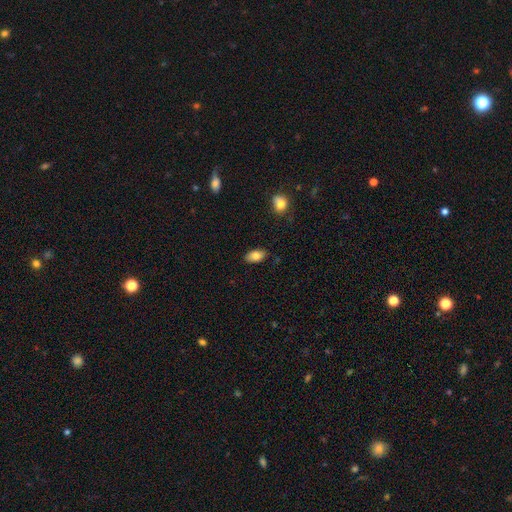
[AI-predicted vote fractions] Q: Smooth or featured?
A: smooth (83%); runner-up: featured or disk (10%)
Q: How rounded?
A: in between (92%); runner-up: round (5%)
Q: Merging?
A: none (85%); runner-up: minor disturbance (11%)